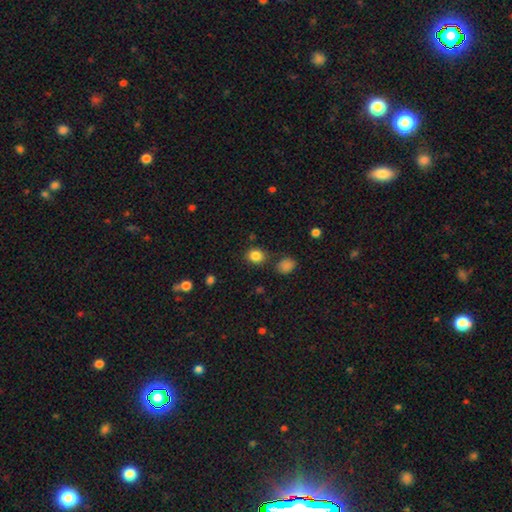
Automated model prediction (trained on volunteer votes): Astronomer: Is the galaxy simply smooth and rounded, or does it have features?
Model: smooth — 85%.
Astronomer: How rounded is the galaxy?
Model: round — 71%.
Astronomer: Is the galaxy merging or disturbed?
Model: none — 79%.